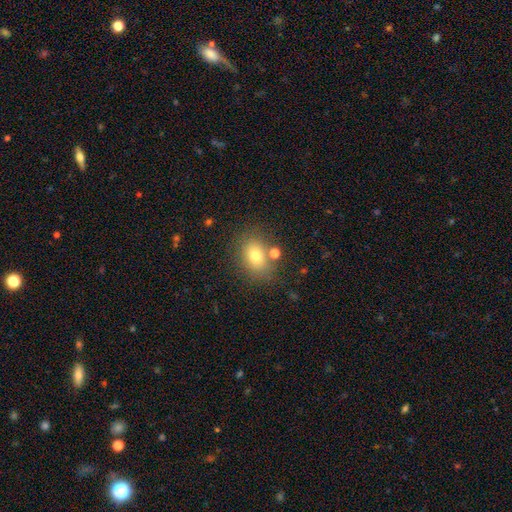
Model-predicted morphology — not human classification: smooth-or-featured: smooth: 74% | featured or disk: 13% | star or artifact: 13%
  how-rounded: in between: 62% | round: 37% | cigar-shaped: 1%
  merging: none: 75% | minor disturbance: 12% | merger: 9% | major disturbance: 4%